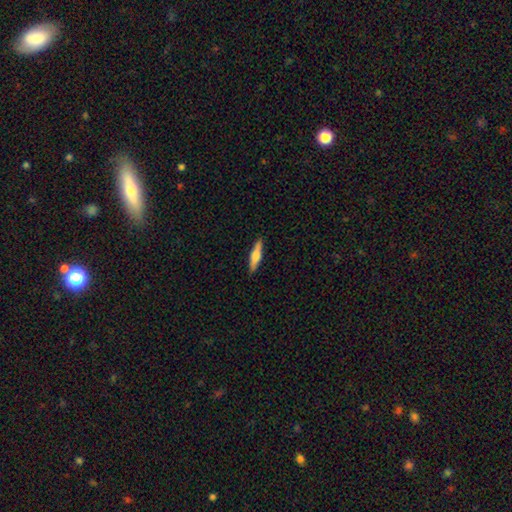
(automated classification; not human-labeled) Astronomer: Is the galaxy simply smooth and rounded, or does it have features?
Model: smooth — 56% (runner-up: featured or disk, 38%).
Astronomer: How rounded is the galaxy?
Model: cigar-shaped — 77%.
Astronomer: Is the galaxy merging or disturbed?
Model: none — 90%.